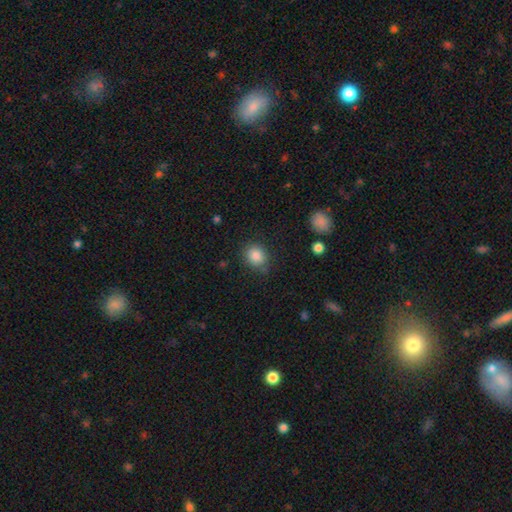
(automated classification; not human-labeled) Smooth or featured: smooth — 86% (star or artifact — 9%)
How rounded: round — 62% (in between — 37%)
Merging: none — 76% (minor disturbance — 17%)